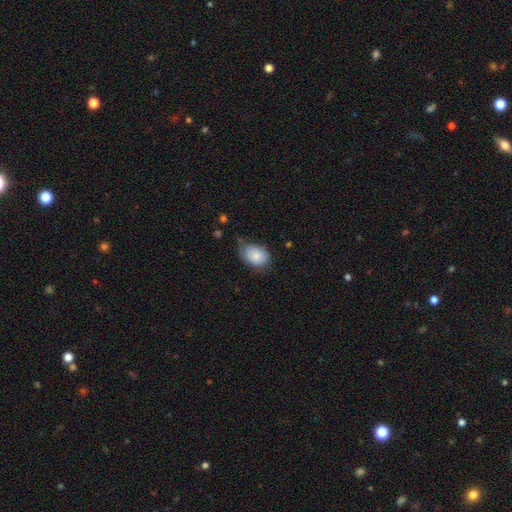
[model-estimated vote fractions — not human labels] Overall: smooth (82%). How rounded: in between (75%). Merging: none (51%; minor disturbance 37%).